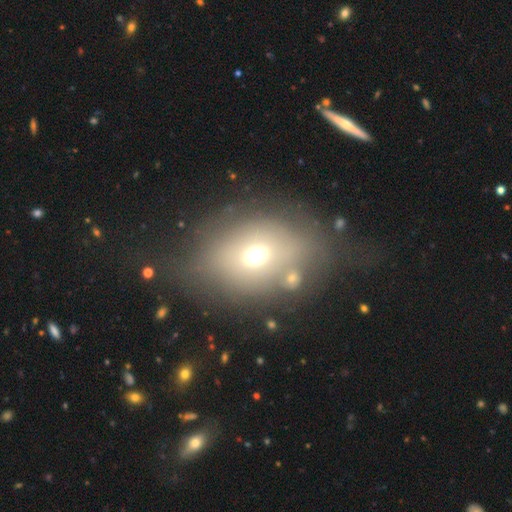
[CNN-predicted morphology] Smooth or featured: smooth — 58% (featured or disk — 25%)
How rounded: in between — 65% (round — 33%)
Merging: none — 55% (minor disturbance — 21%)